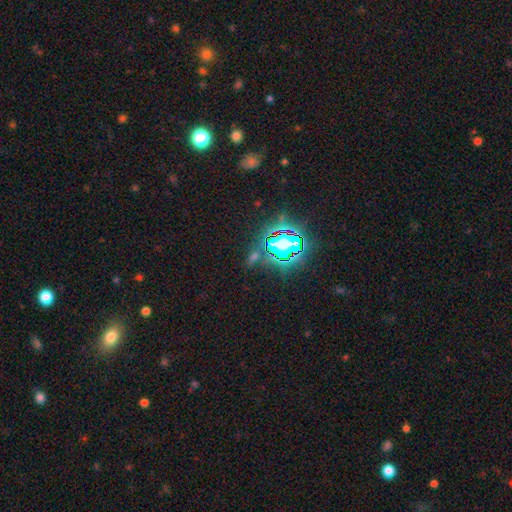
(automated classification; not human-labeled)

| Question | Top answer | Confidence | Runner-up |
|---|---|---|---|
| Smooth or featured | star or artifact | 70% | smooth (20%) |